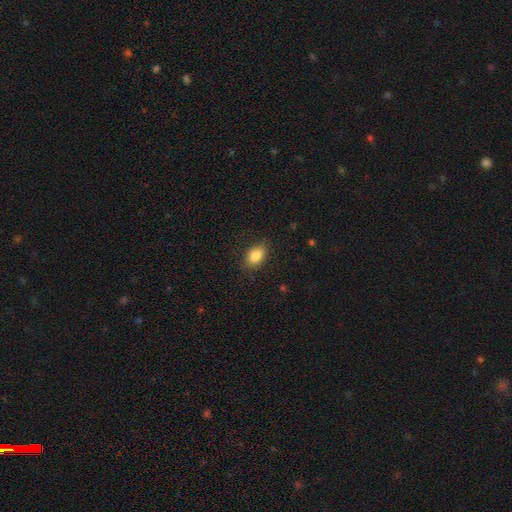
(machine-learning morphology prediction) This appears to be a smooth galaxy with no disk features (84%) that is in between round and cigar-shaped (83%). Merging: none (83%).